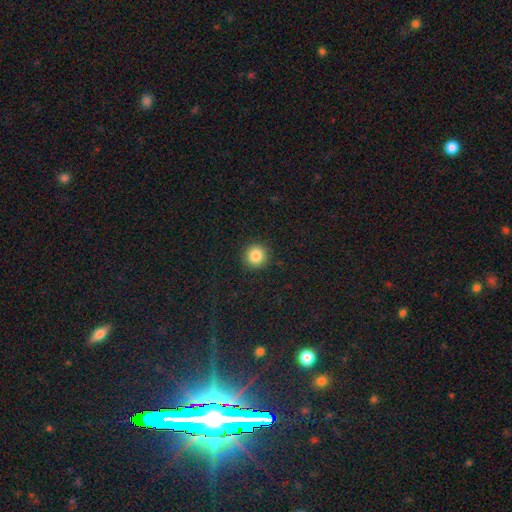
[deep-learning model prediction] Q: Smooth or featured?
A: smooth (85%); runner-up: star or artifact (10%)
Q: How rounded?
A: round (95%); runner-up: in between (4%)
Q: Merging?
A: none (92%); runner-up: minor disturbance (5%)